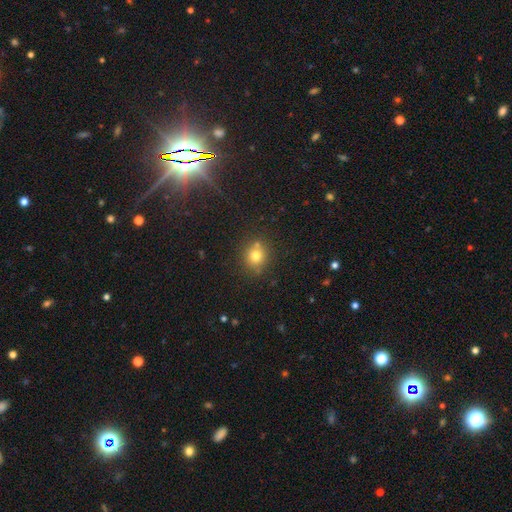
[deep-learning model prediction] Q: Smooth or featured?
A: smooth (75%); runner-up: star or artifact (15%)
Q: How rounded?
A: round (83%); runner-up: in between (16%)
Q: Merging?
A: none (74%); runner-up: minor disturbance (12%)